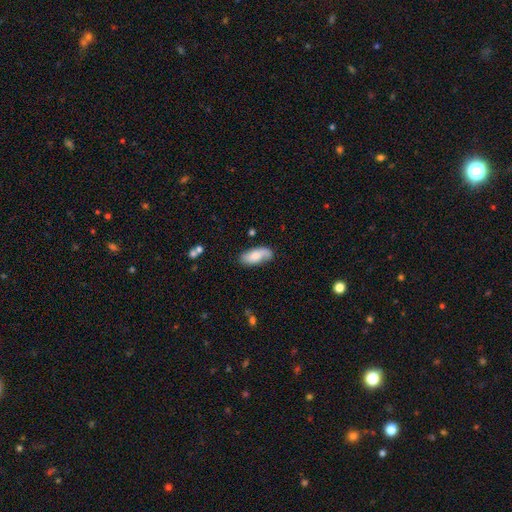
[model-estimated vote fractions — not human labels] A smooth galaxy with no disk features (64%) that is in between round and cigar-shaped (88%).

Vote fractions:
- Smooth or featured? smooth: 64% / featured or disk: 30% / star or artifact: 7%
- How rounded? in between: 88% / cigar-shaped: 10% / round: 2%
- Merging? none: 66% / minor disturbance: 23% / major disturbance: 7% / merger: 4%